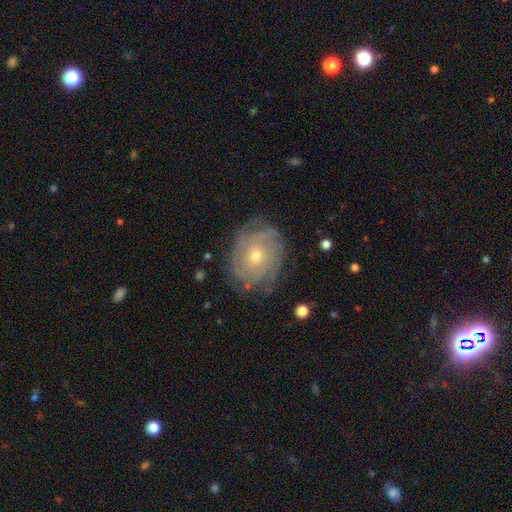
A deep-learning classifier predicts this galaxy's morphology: Overall: featured or disk (84%). Edge-on disk: no (97%). Bar: no (76%). Spiral arms: yes (94%). Spiral arm count: can't tell (41%; 3 16%). Spiral winding: tight (75%). Bulge size: small (49%; moderate 48%). Merging: none (78%).